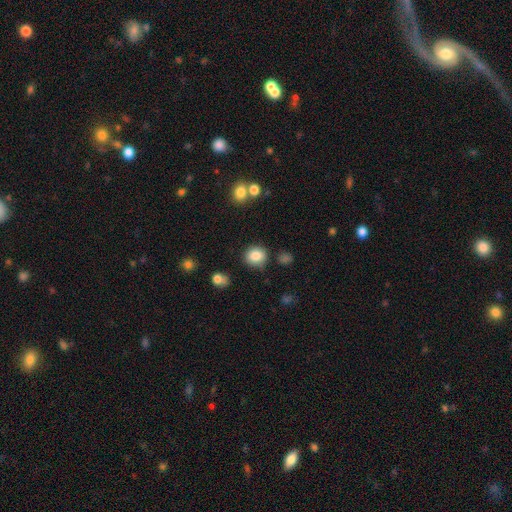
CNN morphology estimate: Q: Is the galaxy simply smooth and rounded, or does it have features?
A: smooth — 84%.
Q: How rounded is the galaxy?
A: round — 82%.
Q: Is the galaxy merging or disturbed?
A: none — 81%.